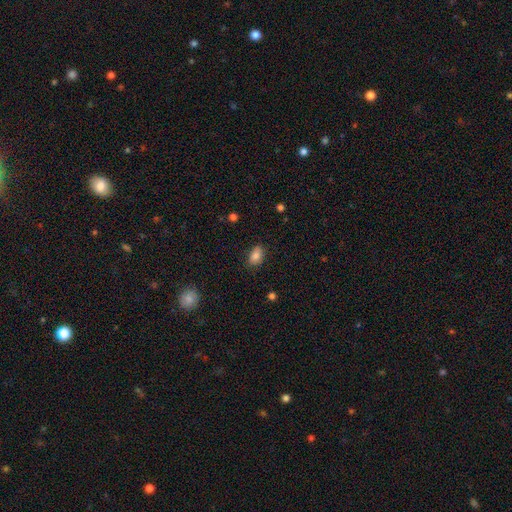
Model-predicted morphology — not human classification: smooth-or-featured: smooth: 83% | star or artifact: 9% | featured or disk: 7%
  how-rounded: in between: 86% | round: 12% | cigar-shaped: 2%
  merging: none: 80% | minor disturbance: 15% | major disturbance: 3% | merger: 1%